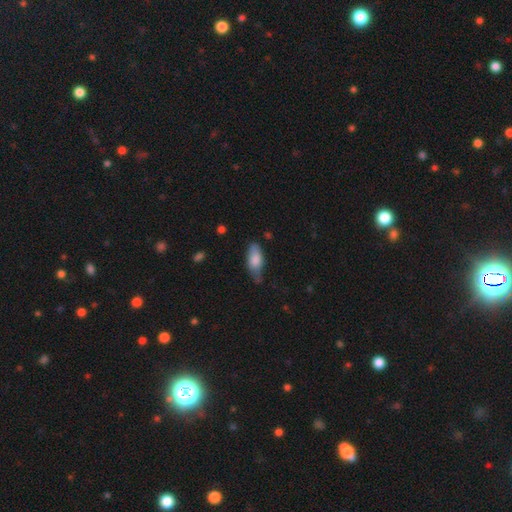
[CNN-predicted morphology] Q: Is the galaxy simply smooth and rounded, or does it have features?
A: smooth — 75%.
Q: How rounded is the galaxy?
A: in between — 80%.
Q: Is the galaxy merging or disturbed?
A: none — 57%.